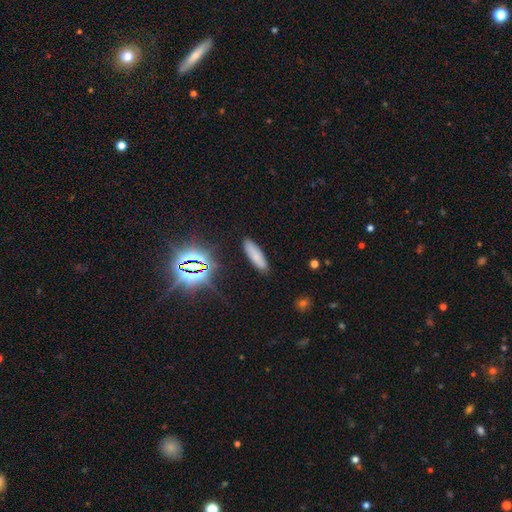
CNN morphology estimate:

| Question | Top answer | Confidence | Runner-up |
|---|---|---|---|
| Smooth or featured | smooth | 71% | star or artifact (16%) |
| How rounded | cigar-shaped | 56% | in between (42%) |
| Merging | none | 87% | minor disturbance (9%) |